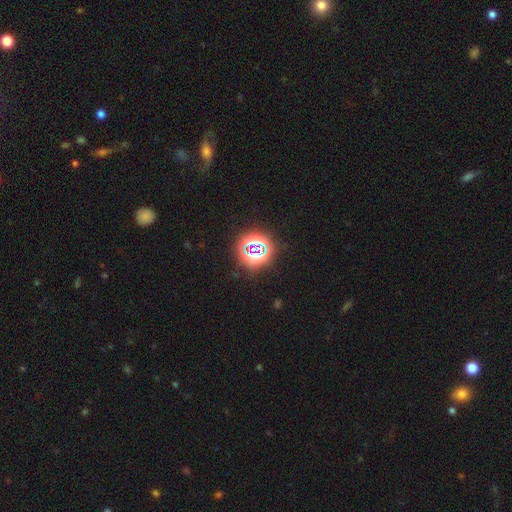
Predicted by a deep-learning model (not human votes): Q: Smooth or featured?
A: star or artifact (76%); runner-up: smooth (16%)